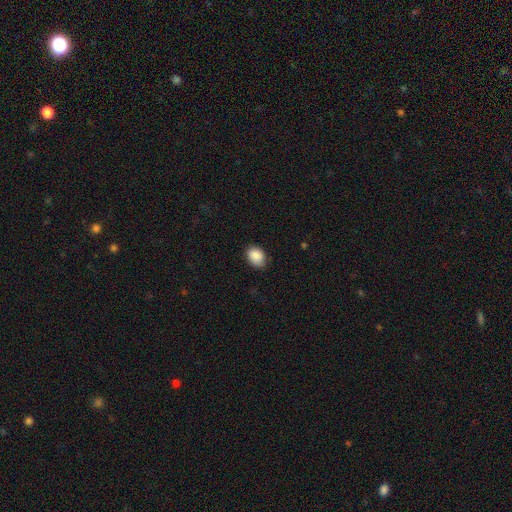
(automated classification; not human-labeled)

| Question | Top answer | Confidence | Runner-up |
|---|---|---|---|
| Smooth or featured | smooth | 88% | star or artifact (7%) |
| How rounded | in between | 73% | round (26%) |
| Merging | none | 79% | minor disturbance (17%) |